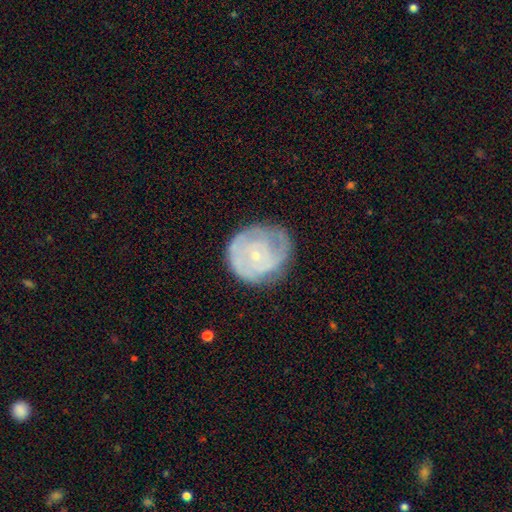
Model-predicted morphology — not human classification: Smooth or featured: featured or disk — 68% (smooth — 25%)
Edge-on disk: no — 97% (yes — 3%)
Bar: no — 82% (weak — 15%)
Spiral arms: yes — 75% (no — 25%)
Bulge size: small — 81% (moderate — 14%)
Merging: none — 65% (minor disturbance — 23%)